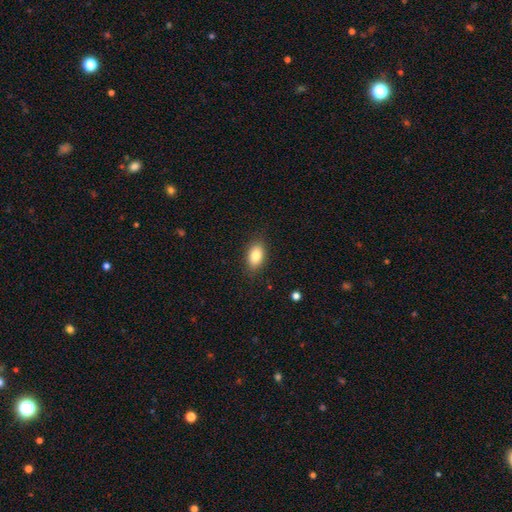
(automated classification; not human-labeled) Smooth or featured? Predicted: smooth (p=0.83). How rounded? Predicted: in between (p=0.88). Merging? Predicted: none (p=0.85).